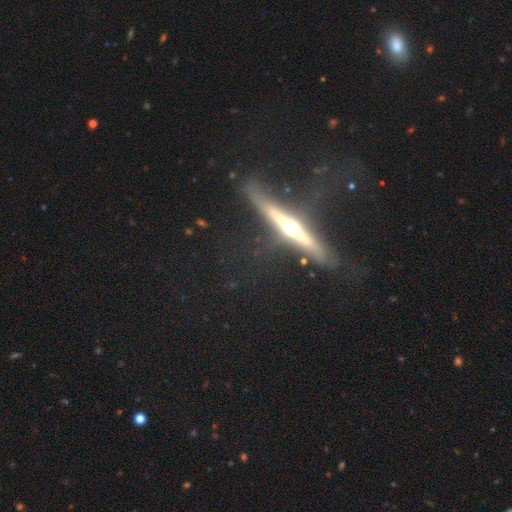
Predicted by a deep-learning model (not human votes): This is clearly a featured or disk galaxy (80%). It is clearly viewed edge-on (96%). Edge-on bulge: clearly rounded (88%). Merging: likely none (69%).